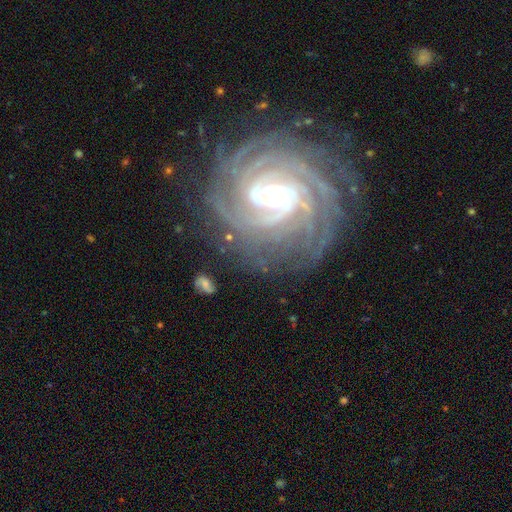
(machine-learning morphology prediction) smooth-or-featured: featured or disk: 88% | star or artifact: 8% | smooth: 5%
  disk-edge-on: no: 97% | yes: 3%
    bar: weak: 42% | no: 33% | strong: 25%
    has-spiral-arms: yes: 98% | no: 2%
      spiral-winding: tight: 82% | medium: 16% | loose: 3%
      spiral-arm-count: more than 4: 26% | 4: 21% | can't tell: 20% | 3: 13% | 2: 12% | 1: 8%
    bulge-size: small: 56% | moderate: 35% | large: 5% | none: 3% | dominant: 1%
  merging: none: 82% | minor disturbance: 12% | major disturbance: 5% | merger: 2%